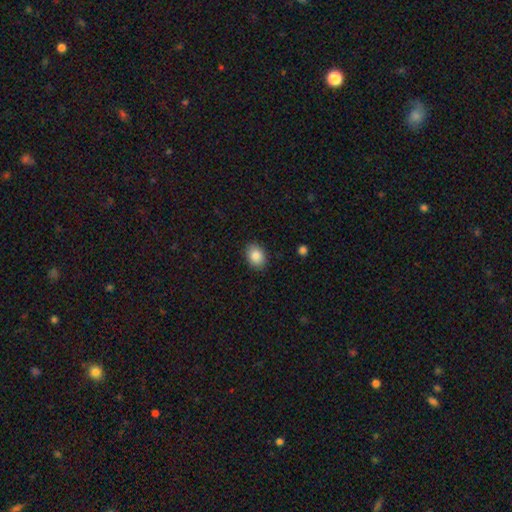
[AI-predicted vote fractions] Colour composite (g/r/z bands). It shows a smooth galaxy with no disk features (86%) that is in between round and cigar-shaped (71%). Merging: none (89%).